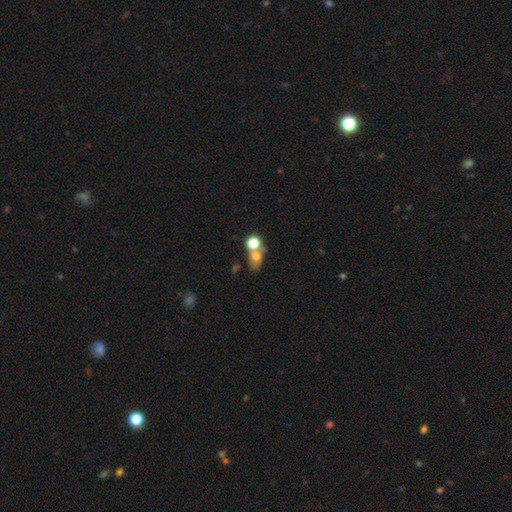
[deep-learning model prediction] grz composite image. It shows a smooth galaxy with no disk features (66%) that is round (51%). Merging: merger (49%).